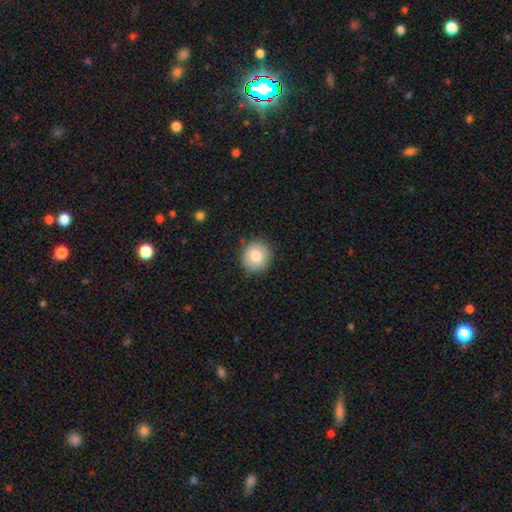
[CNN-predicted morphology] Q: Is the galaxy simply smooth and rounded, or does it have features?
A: smooth — 80%.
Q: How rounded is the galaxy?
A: round — 90%.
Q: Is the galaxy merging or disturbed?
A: none — 88%.